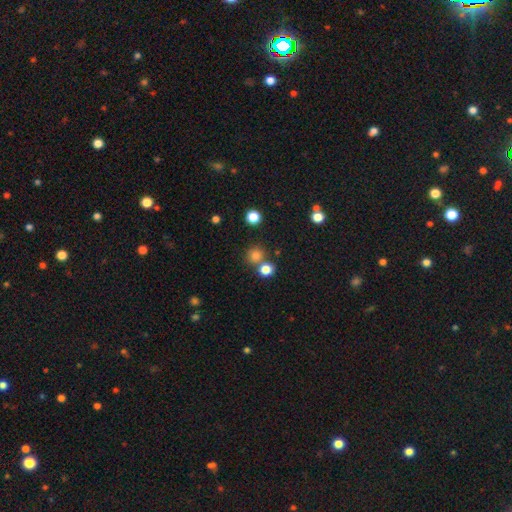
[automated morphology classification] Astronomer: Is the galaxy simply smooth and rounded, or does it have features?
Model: smooth — 79%.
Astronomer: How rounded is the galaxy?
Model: round — 89%.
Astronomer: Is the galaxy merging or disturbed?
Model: none — 68%.